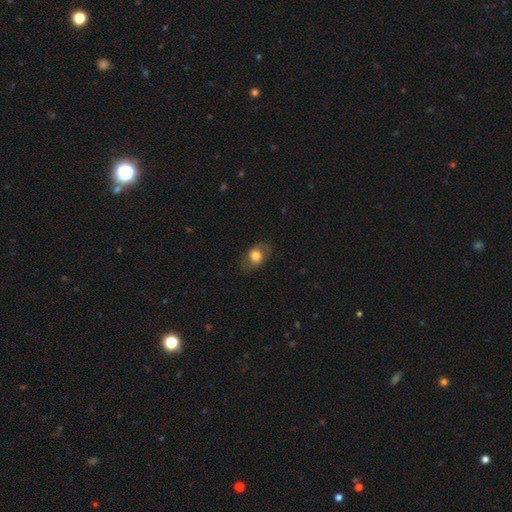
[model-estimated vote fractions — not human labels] smooth 67%, featured or disk 25%, star or artifact 8%. Down the decision tree: how rounded — in between (68%); merging — none (77%).